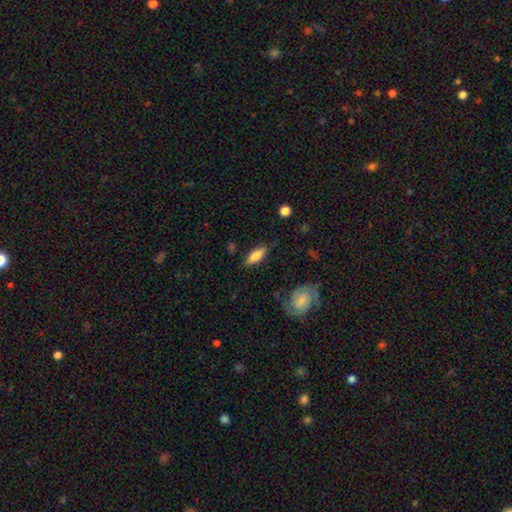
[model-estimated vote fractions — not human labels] Smooth or featured?
  - smooth: 69% *
  - featured or disk: 24%
  - star or artifact: 6%
How rounded?
  - in between: 62% *
  - cigar-shaped: 36%
  - round: 2%
Merging?
  - none: 79% *
  - minor disturbance: 15%
  - major disturbance: 4%
  - merger: 2%